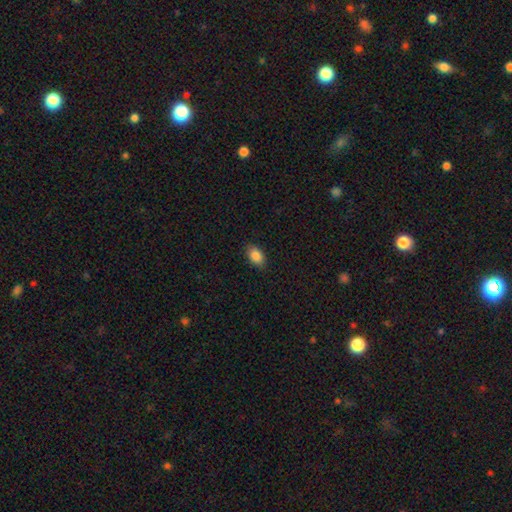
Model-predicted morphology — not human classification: Q: Smooth or featured?
A: smooth (87%); runner-up: star or artifact (8%)
Q: How rounded?
A: in between (88%); runner-up: round (11%)
Q: Merging?
A: none (87%); runner-up: minor disturbance (10%)